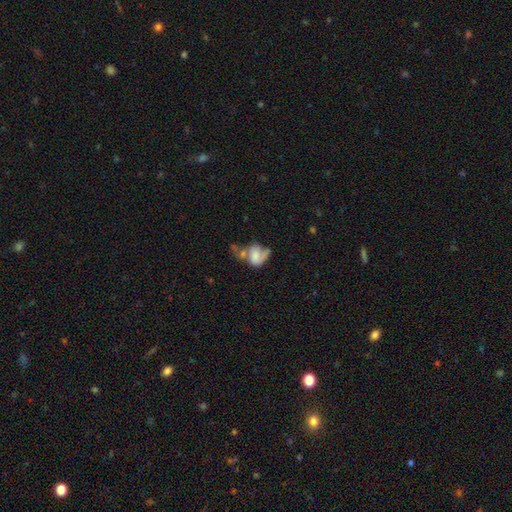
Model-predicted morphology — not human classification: smooth-or-featured: smooth: 58% | featured or disk: 32% | star or artifact: 9%
  how-rounded: in between: 68% | round: 31% | cigar-shaped: 2%
  merging: merger: 31% | major disturbance: 29% | none: 20% | minor disturbance: 19%